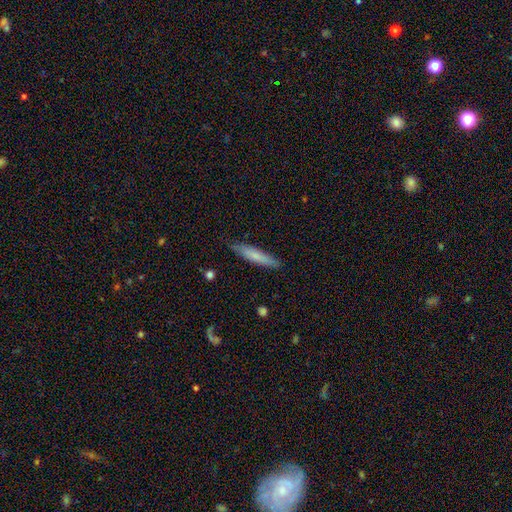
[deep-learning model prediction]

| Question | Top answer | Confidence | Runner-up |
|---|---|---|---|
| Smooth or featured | smooth | 71% | featured or disk (24%) |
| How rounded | cigar-shaped | 89% | in between (9%) |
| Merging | none | 85% | minor disturbance (12%) |